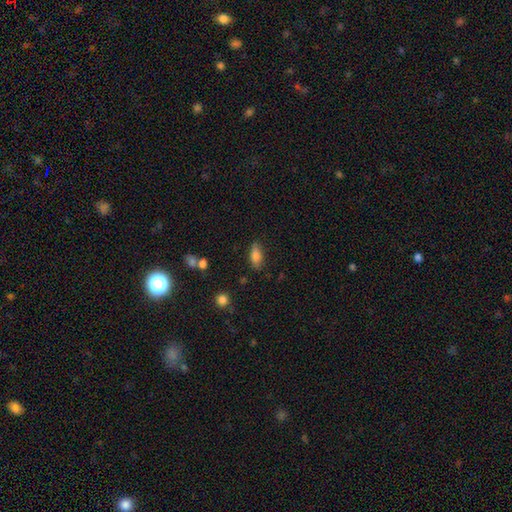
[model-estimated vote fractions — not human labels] This is clearly a smooth galaxy (81%). How rounded: clearly in between (82%). Merging: likely none (79%).